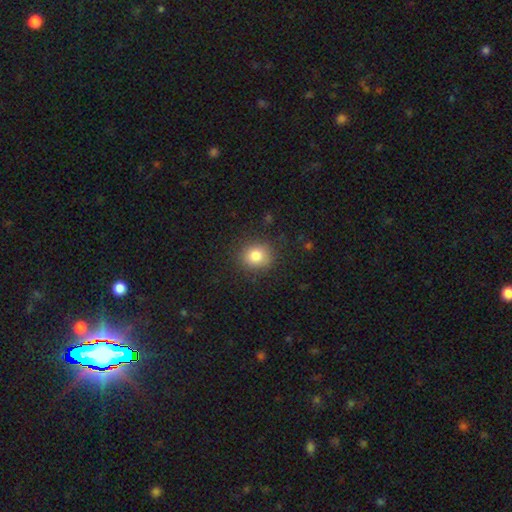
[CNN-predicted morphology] Smooth or featured: smooth — 83% (star or artifact — 11%)
How rounded: round — 79% (in between — 20%)
Merging: none — 85% (minor disturbance — 10%)